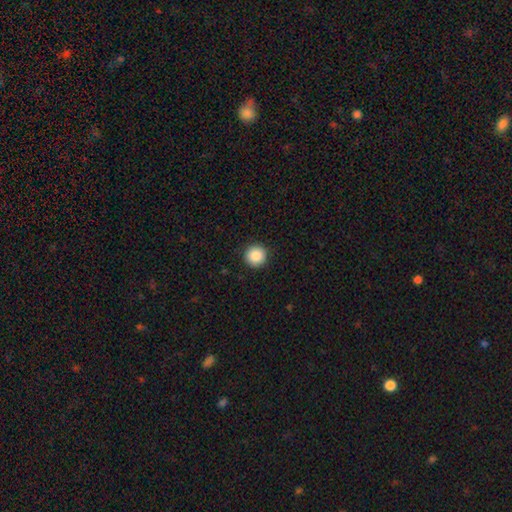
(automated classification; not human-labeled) Overall: smooth (88%). How rounded: round (96%). Merging: none (92%).